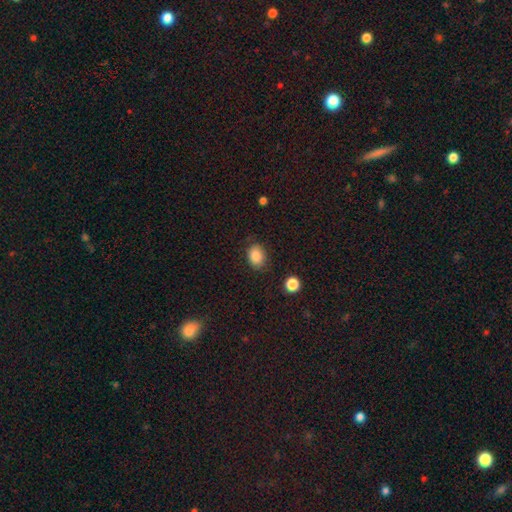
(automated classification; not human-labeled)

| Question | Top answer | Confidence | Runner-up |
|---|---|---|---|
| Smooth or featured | smooth | 86% | star or artifact (9%) |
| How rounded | in between | 66% | round (33%) |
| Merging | none | 78% | minor disturbance (16%) |